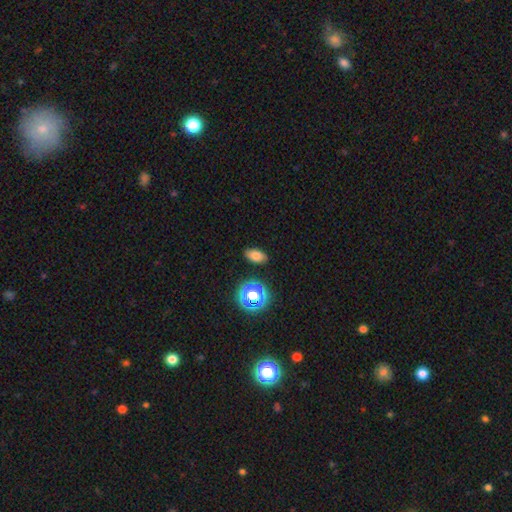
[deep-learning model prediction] Smooth or featured: smooth — 75% (star or artifact — 16%)
How rounded: in between — 86% (round — 11%)
Merging: none — 87% (minor disturbance — 9%)